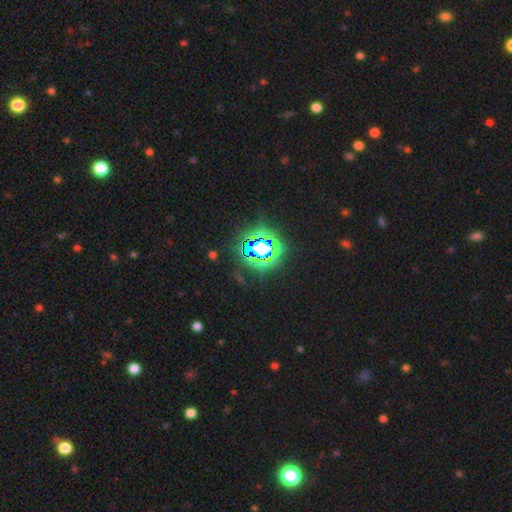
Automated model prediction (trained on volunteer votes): smooth_or_featured: star or artifact (p=0.83) [alt: smooth p=0.11]